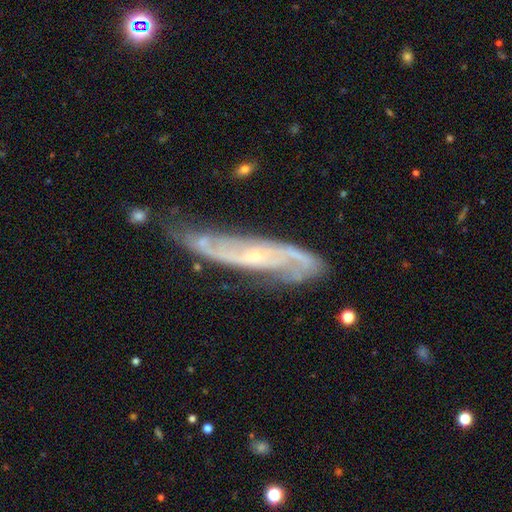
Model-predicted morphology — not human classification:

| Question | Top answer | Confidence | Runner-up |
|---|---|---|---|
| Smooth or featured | featured or disk | 85% | smooth (8%) |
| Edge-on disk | no | 76% | yes (24%) |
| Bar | no | 52% | weak (35%) |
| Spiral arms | yes | 96% | no (4%) |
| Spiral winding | medium | 46% | tight (34%) |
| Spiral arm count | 2 | 61% | can't tell (18%) |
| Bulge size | small | 75% | moderate (18%) |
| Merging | none | 61% | minor disturbance (26%) |